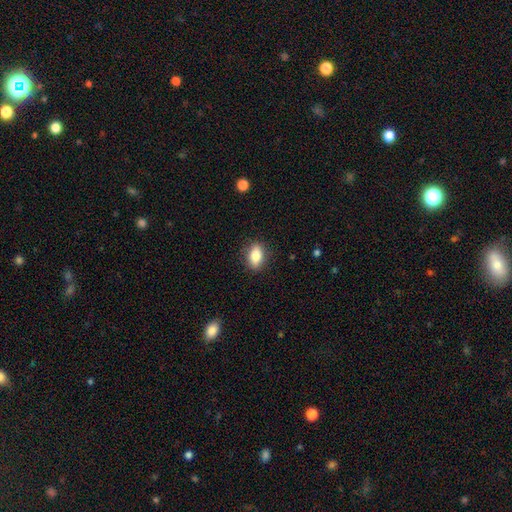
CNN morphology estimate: A smooth galaxy with no disk features (83%) that is in between round and cigar-shaped (84%).

Vote fractions:
- Smooth or featured? smooth: 83% / featured or disk: 9% / star or artifact: 8%
- How rounded? in between: 84% / round: 12% / cigar-shaped: 5%
- Merging? none: 86% / minor disturbance: 10% / major disturbance: 3% / merger: 1%